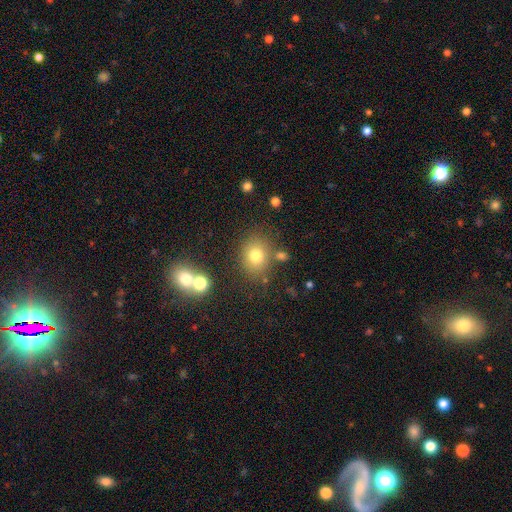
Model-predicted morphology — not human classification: Overall: smooth (75%). How rounded: round (61%; in between 38%). Merging: none (76%).